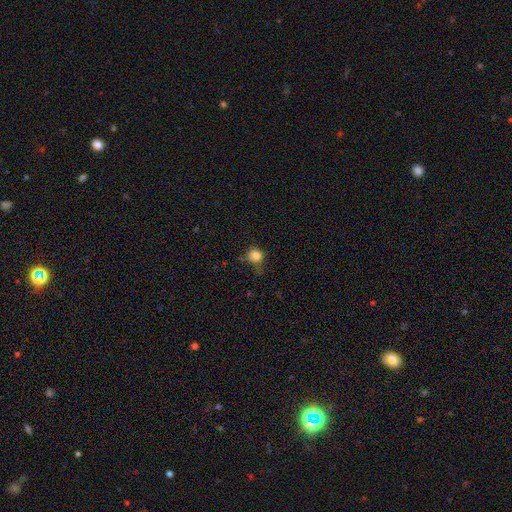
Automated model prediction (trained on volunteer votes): Smooth or featured? smooth (81%)
How rounded? round (81%)
Merging? none (61%)